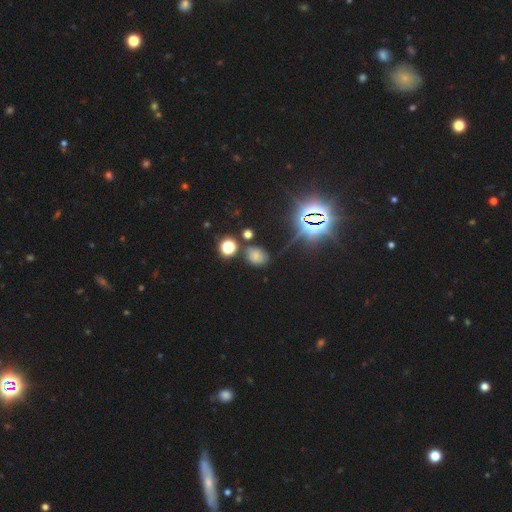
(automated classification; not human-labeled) smooth_or_featured: smooth (p=0.53) [alt: star or artifact p=0.33]
how_rounded: in between (p=0.53) [alt: round p=0.45]
merging: none (p=0.68) [alt: minor disturbance p=0.18]